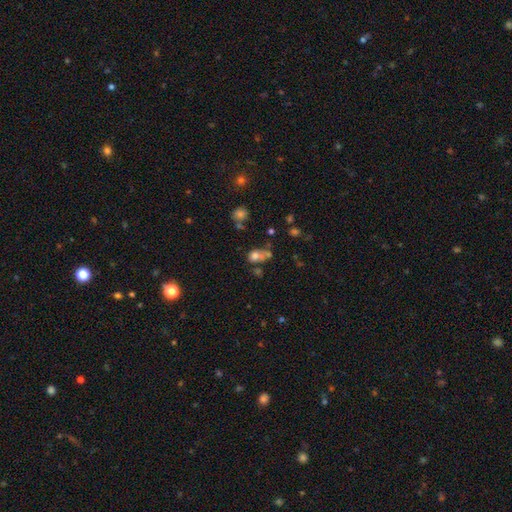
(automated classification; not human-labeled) smooth 69%, featured or disk 15%, star or artifact 15%. Down the decision tree: how rounded — in between (53%); merging — merger (38%).